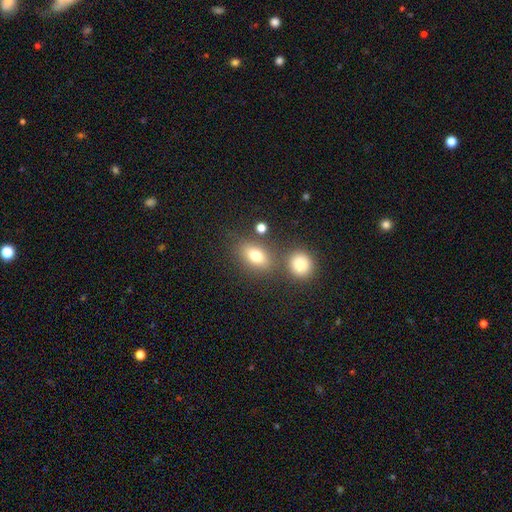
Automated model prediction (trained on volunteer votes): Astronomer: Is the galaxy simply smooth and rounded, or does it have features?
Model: smooth — 75%.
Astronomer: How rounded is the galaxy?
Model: in between — 73%.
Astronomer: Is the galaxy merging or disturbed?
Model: none — 69%.